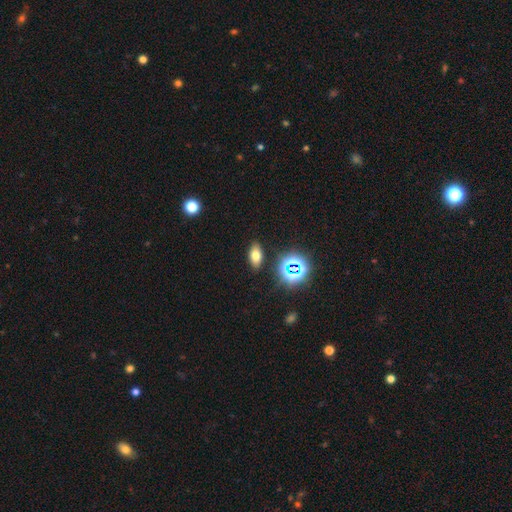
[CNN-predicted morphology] smooth_or_featured: smooth (p=0.66) [alt: star or artifact p=0.22]
how_rounded: in between (p=0.84) [alt: round p=0.09]
merging: none (p=0.87) [alt: minor disturbance p=0.08]